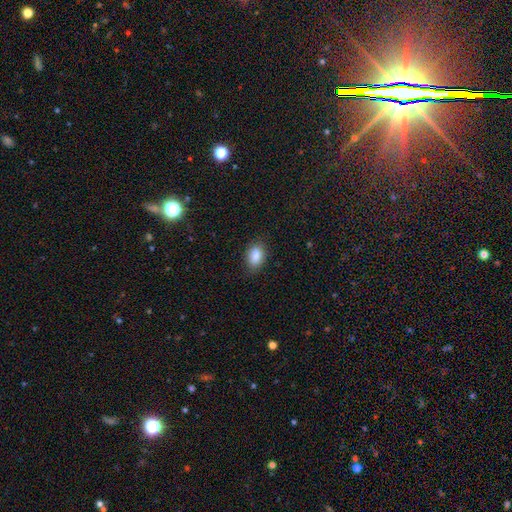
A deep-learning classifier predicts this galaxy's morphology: This is clearly a smooth galaxy (87%). How rounded: clearly in between (86%). Merging: clearly none (81%).